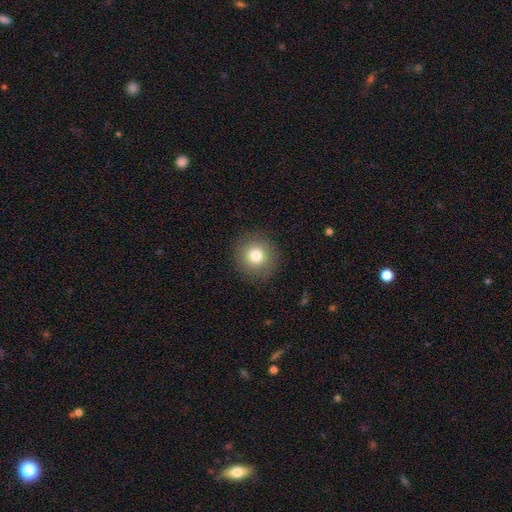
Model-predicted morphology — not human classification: Smooth or featured: smooth — 80% (star or artifact — 11%)
How rounded: round — 93% (in between — 6%)
Merging: none — 90% (minor disturbance — 6%)